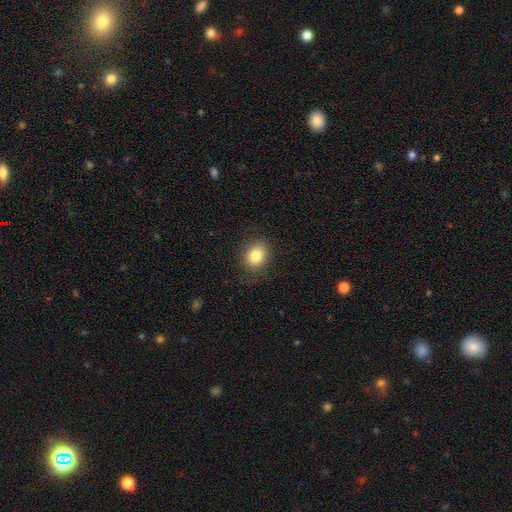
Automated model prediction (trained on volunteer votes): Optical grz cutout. It shows a smooth galaxy with no disk features (83%) that is in between round and cigar-shaped (53%). Merging: none (84%).